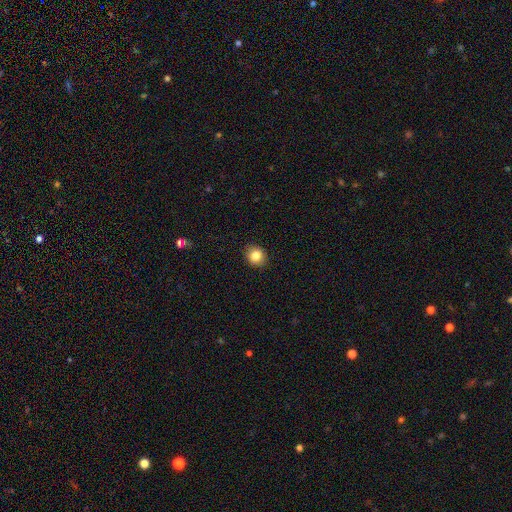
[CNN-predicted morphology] Smooth or featured?
  - smooth: 83% *
  - star or artifact: 10%
  - featured or disk: 6%
How rounded?
  - round: 75% *
  - in between: 24%
  - cigar-shaped: 1%
Merging?
  - none: 90% *
  - minor disturbance: 7%
  - major disturbance: 2%
  - merger: 1%